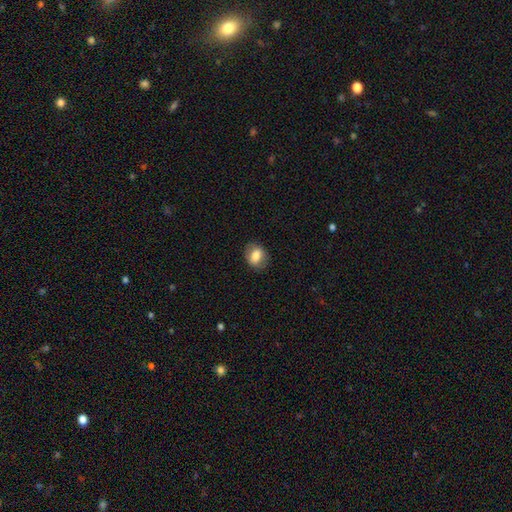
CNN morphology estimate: Smooth or featured? Predicted: smooth (p=0.74). How rounded? Predicted: in between (p=0.57). Merging? Predicted: none (p=0.83).